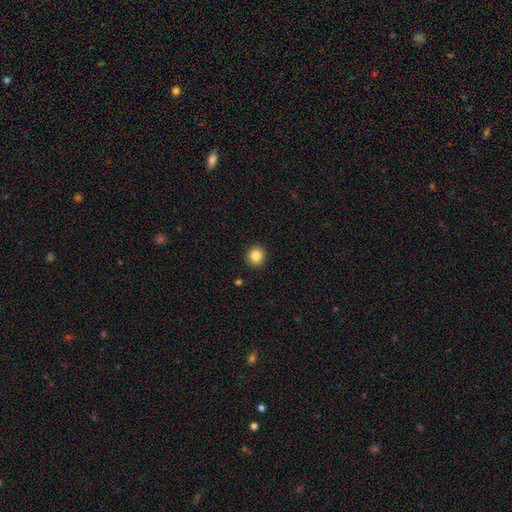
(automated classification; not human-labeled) smooth 85%, star or artifact 10%, featured or disk 5%. Down the decision tree: how rounded — round (93%); merging — none (92%).